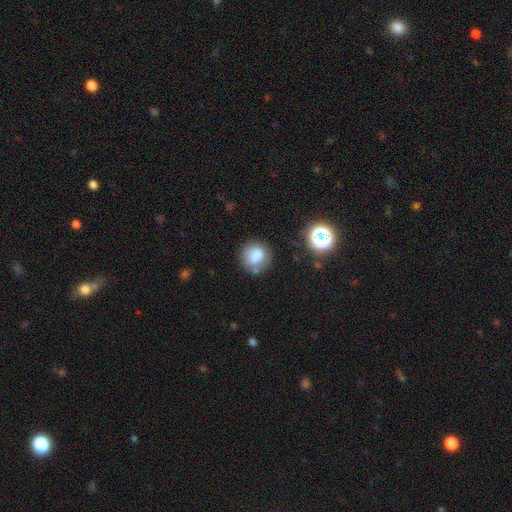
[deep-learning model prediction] Smooth or featured? Predicted: smooth (p=0.79). How rounded? Predicted: round (p=0.85). Merging? Predicted: none (p=0.70).